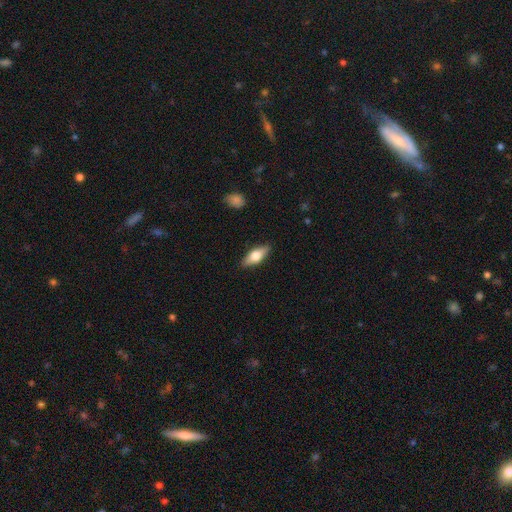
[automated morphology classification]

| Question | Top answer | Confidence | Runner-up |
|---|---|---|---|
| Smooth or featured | smooth | 59% | featured or disk (35%) |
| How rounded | in between | 71% | cigar-shaped (26%) |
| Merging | none | 87% | minor disturbance (9%) |